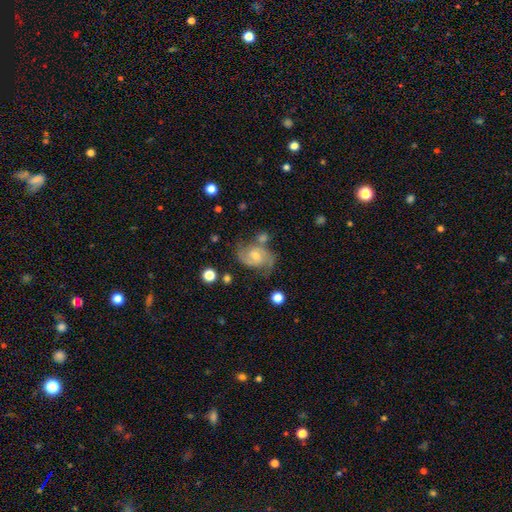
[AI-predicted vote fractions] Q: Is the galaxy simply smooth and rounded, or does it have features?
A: featured or disk — 74%.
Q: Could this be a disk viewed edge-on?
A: no — 97%.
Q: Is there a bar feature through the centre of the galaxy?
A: no — 55%.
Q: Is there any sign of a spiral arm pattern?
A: yes — 92%.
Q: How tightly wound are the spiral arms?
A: medium — 52%.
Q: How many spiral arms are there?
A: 2 — 86%.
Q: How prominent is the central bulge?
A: moderate — 50%.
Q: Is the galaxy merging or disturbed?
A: none — 56%.